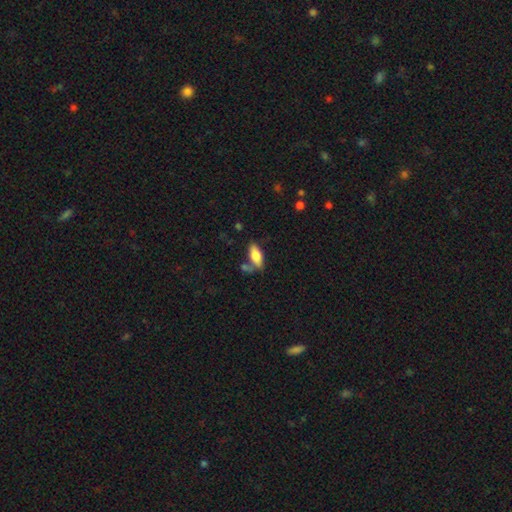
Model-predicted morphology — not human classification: The model was most divided on "merging": none: 66%, minor disturbance: 17%, merger: 13%, major disturbance: 5%. More confident: how rounded — in between (80%); smooth or featured — smooth (77%).